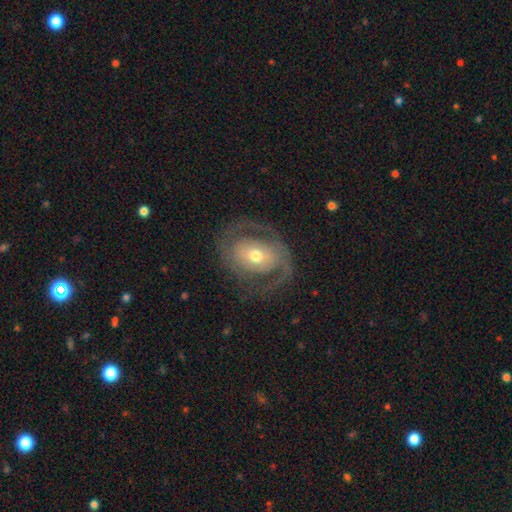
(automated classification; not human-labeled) This is likely a featured or disk galaxy (77%). It is clearly not viewed edge-on (96%). Bar: possibly no (50%). Spiral arm pattern: likely yes (78%). Spiral arm count: likely 2 (79%). Spiral winding: marginally medium (44%). Central bulge: likely moderate (63%). Merging: likely none (72%).